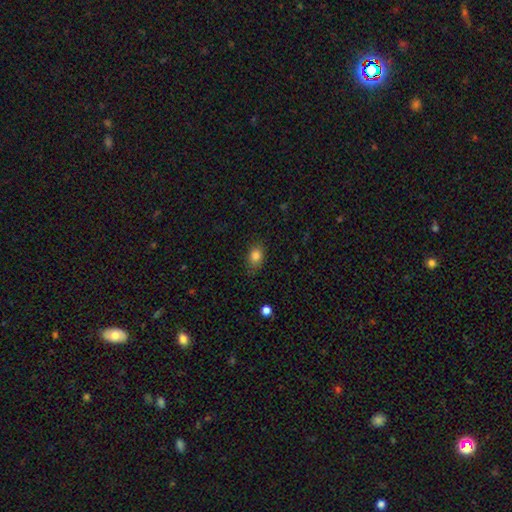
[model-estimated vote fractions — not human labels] This appears to be a smooth galaxy with no disk features (83%) that is in between round and cigar-shaped (70%). Merging: none (81%).